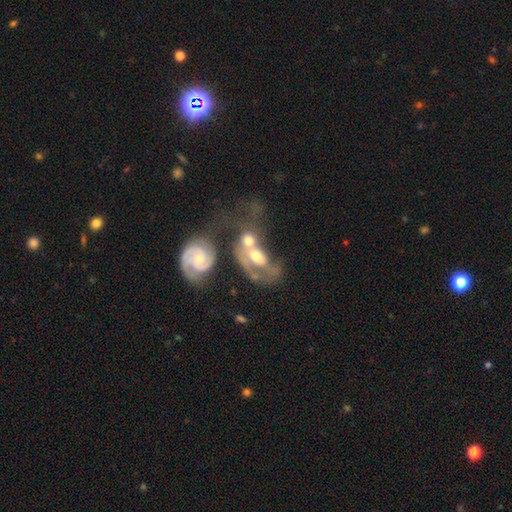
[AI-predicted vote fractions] smooth_or_featured: featured or disk (p=0.66) [alt: smooth p=0.27]
disk_edge_on: no (p=0.96) [alt: yes p=0.04]
bar: no (p=0.67) [alt: weak p=0.25]
has_spiral_arms: yes (p=0.77) [alt: no p=0.23]
bulge_size: moderate (p=0.57) [alt: small p=0.28]
merging: merger (p=0.68) [alt: major disturbance p=0.14]